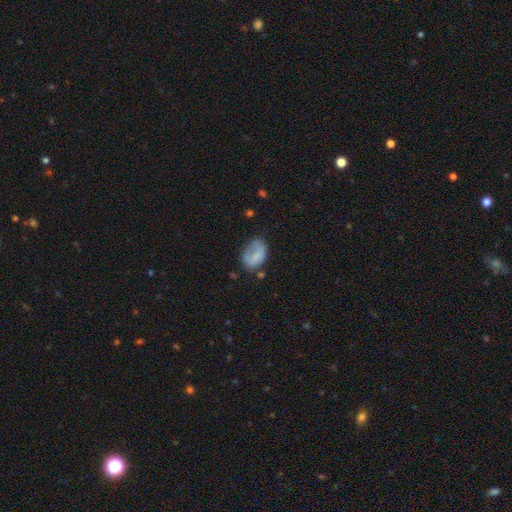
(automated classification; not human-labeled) This appears to be a smooth galaxy with no disk features (68%) that is in between round and cigar-shaped (79%). Merging: none (46%).